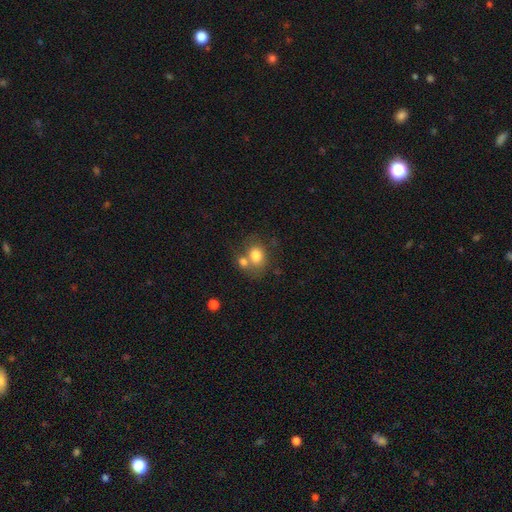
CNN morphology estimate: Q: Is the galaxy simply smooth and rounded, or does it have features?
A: smooth — 78%.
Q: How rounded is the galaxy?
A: in between — 51%.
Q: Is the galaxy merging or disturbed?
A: none — 42%.